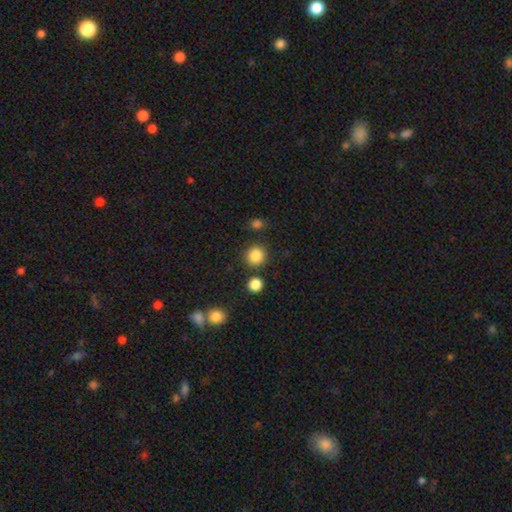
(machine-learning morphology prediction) A smooth galaxy with no disk features (86%) that is round (91%).

Vote fractions:
- Smooth or featured? smooth: 86% / star or artifact: 11% / featured or disk: 4%
- How rounded? round: 91% / in between: 8% / cigar-shaped: 1%
- Merging? none: 84% / minor disturbance: 8% / merger: 5% / major disturbance: 3%